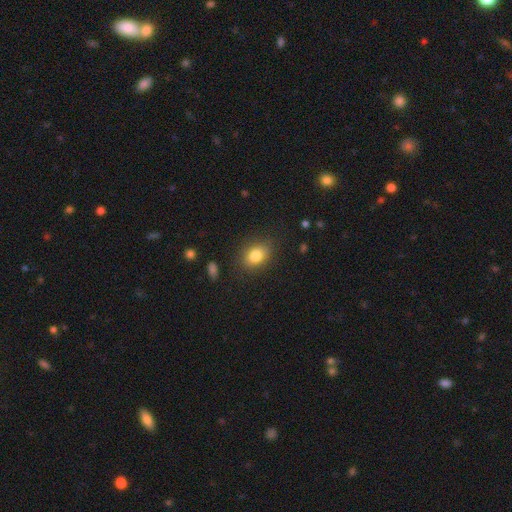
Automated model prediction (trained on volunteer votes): This is clearly a smooth galaxy (82%). How rounded: likely in between (66%). Merging: clearly none (83%).